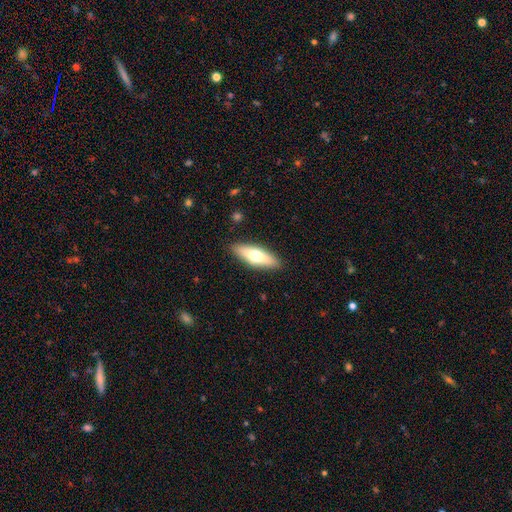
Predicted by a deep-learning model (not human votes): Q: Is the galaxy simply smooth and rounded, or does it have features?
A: smooth — 60%.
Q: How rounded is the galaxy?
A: in between — 53%.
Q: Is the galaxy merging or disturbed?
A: none — 88%.